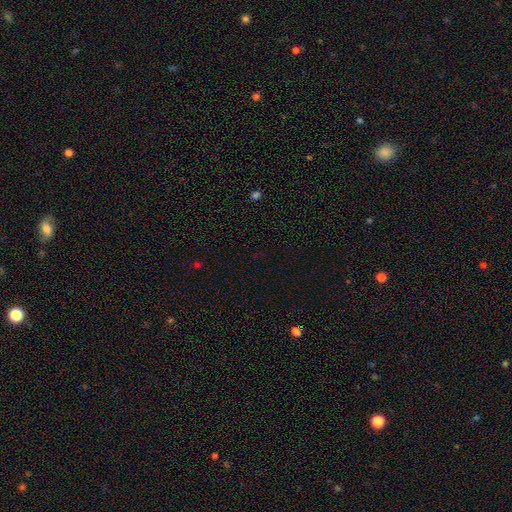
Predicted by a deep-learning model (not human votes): A star or artifact, not a galaxy (66%).

Vote fractions:
- Smooth or featured? star or artifact: 66% / smooth: 26% / featured or disk: 7%